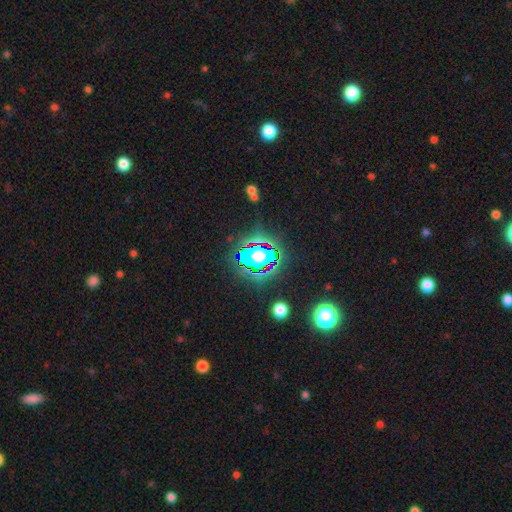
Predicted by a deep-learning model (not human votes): Smooth or featured?
  - star or artifact: 78% *
  - smooth: 13%
  - featured or disk: 9%